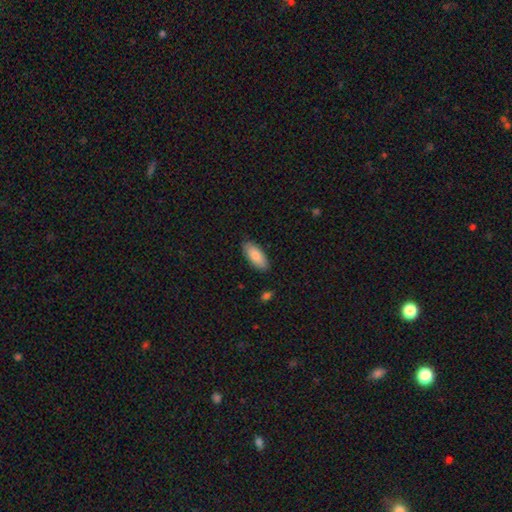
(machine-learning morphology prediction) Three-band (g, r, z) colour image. It shows a smooth galaxy with no disk features (86%) that is in between round and cigar-shaped (86%). Merging: none (87%).